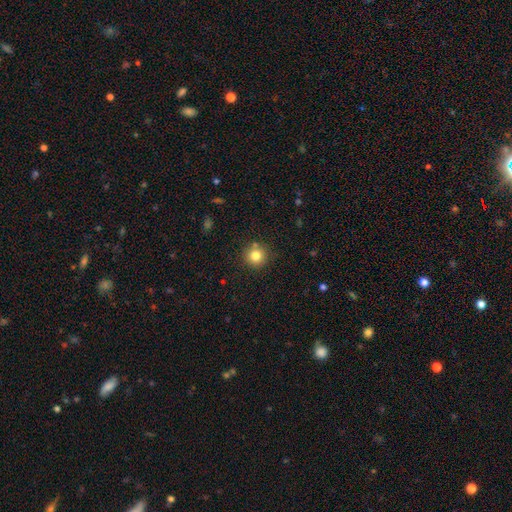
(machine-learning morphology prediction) smooth_or_featured: smooth (p=0.81) [alt: star or artifact p=0.12]
how_rounded: round (p=0.94) [alt: in between p=0.05]
merging: none (p=0.85) [alt: minor disturbance p=0.08]